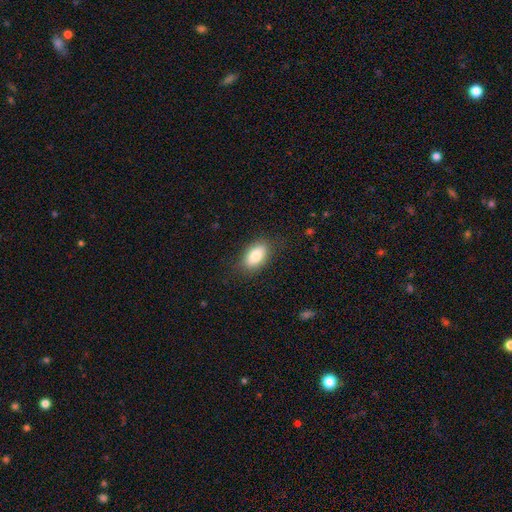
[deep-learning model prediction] Smooth or featured?
  - smooth: 82% *
  - featured or disk: 11%
  - star or artifact: 7%
How rounded?
  - in between: 91% *
  - round: 6%
  - cigar-shaped: 4%
Merging?
  - none: 83% *
  - minor disturbance: 13%
  - major disturbance: 4%
  - merger: 1%